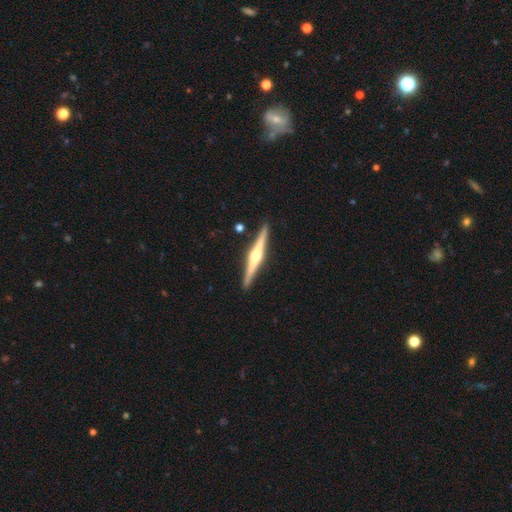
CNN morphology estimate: This appears to be a featured or disk galaxy (82%) viewed edge-on (99%) with a rounded central bulge (93%). Merging: none (91%).